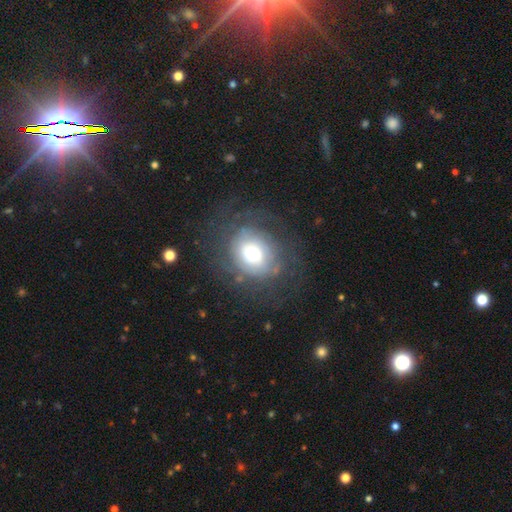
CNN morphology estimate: Smooth or featured? Predicted: featured or disk (p=0.57). Edge-on disk? Predicted: no (p=0.96). Bar? Predicted: no (p=0.76). Spiral arms? Predicted: yes (p=0.73). Bulge size? Predicted: large (p=0.40). Merging? Predicted: none (p=0.64).